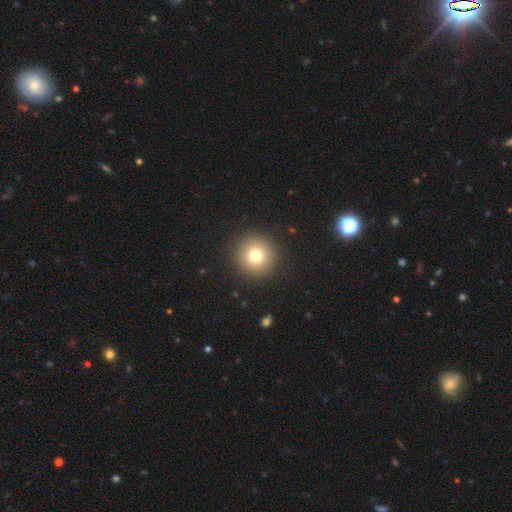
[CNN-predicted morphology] smooth 76%, star or artifact 13%, featured or disk 11%. Down the decision tree: how rounded — round (96%); merging — none (92%).